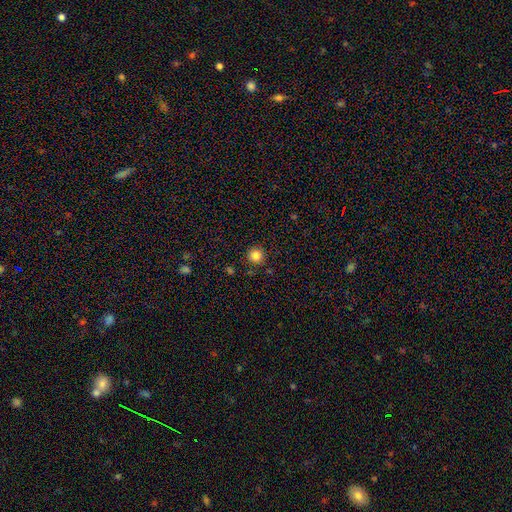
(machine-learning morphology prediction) smooth-or-featured: smooth: 84% | star or artifact: 11% | featured or disk: 4%
  how-rounded: round: 95% | in between: 4% | cigar-shaped: 1%
  merging: none: 90% | minor disturbance: 6% | major disturbance: 2% | merger: 2%